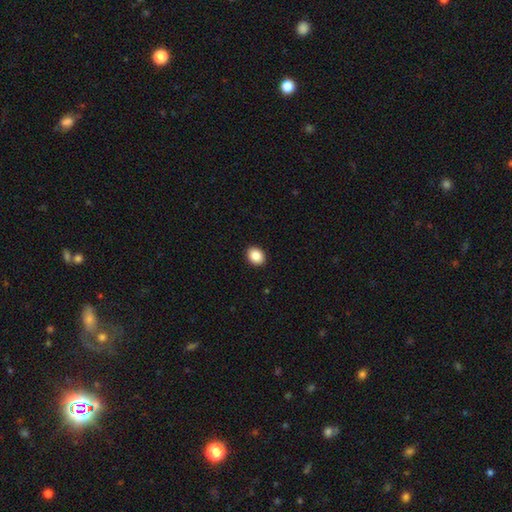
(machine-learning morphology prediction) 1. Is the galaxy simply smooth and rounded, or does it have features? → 88% smooth, 8% star or artifact, 4% featured or disk.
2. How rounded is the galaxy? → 53% in between, 46% round, 1% cigar-shaped.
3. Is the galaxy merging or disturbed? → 92% none, 5% minor disturbance, 2% major disturbance, 1% merger.